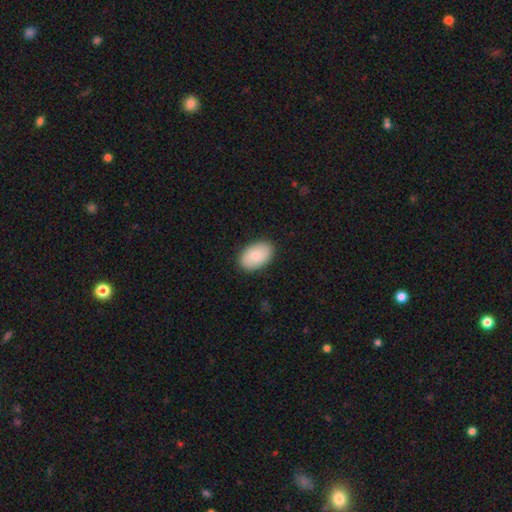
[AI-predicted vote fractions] Smooth or featured? smooth (84%)
How rounded? in between (93%)
Merging? none (88%)